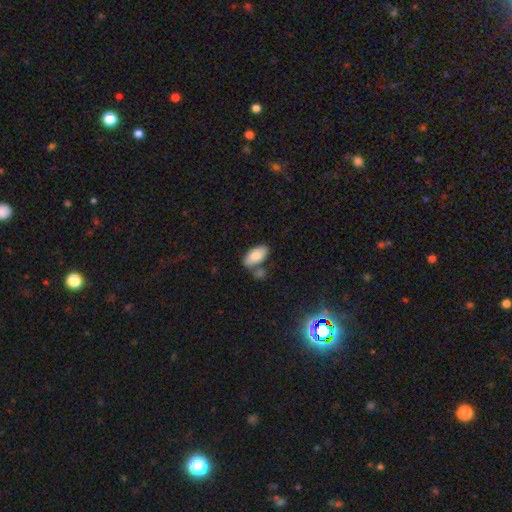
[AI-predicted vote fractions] This appears to be a smooth galaxy with no disk features (79%) that is in between round and cigar-shaped (94%). Merging: none (62%).